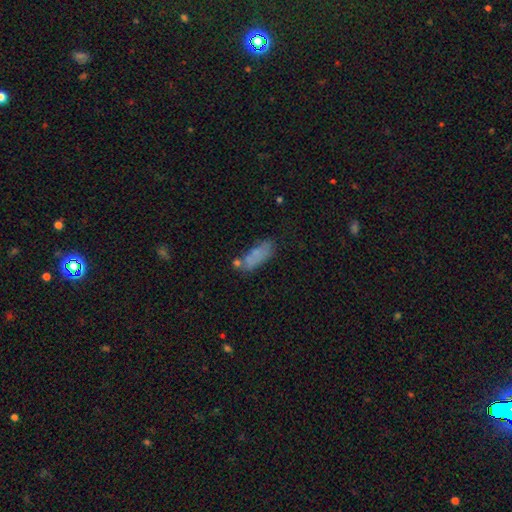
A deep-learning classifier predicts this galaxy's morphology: Smooth or featured?
  - smooth: 68% *
  - featured or disk: 21%
  - star or artifact: 10%
How rounded?
  - in between: 73% *
  - cigar-shaped: 24%
  - round: 3%
Merging?
  - none: 54% *
  - minor disturbance: 22%
  - merger: 15%
  - major disturbance: 10%